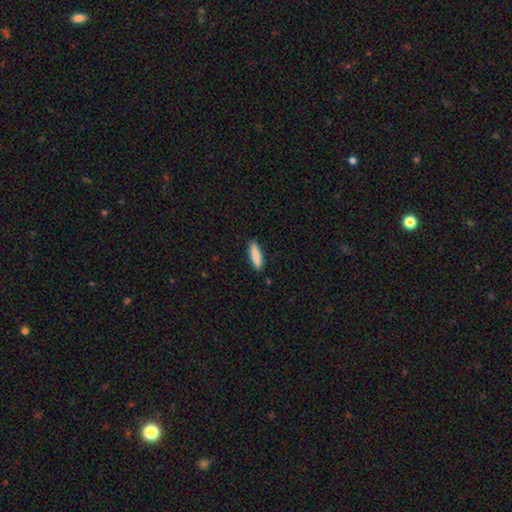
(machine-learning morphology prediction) A smooth galaxy with no disk features (87%) that is cigar-shaped (71%).

Vote fractions:
- Smooth or featured? smooth: 87% / featured or disk: 7% / star or artifact: 6%
- How rounded? cigar-shaped: 71% / in between: 28% / round: 1%
- Merging? none: 90% / minor disturbance: 8% / major disturbance: 2% / merger: 1%